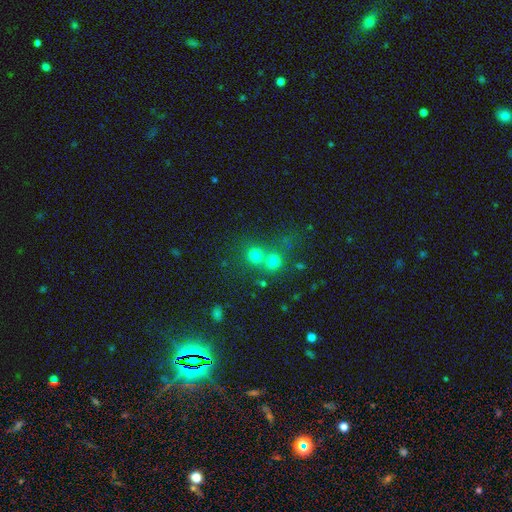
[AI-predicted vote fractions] smooth_or_featured: smooth (p=0.74) [alt: star or artifact p=0.17]
how_rounded: round (p=0.88) [alt: in between p=0.11]
merging: none (p=0.51) [alt: merger p=0.41]